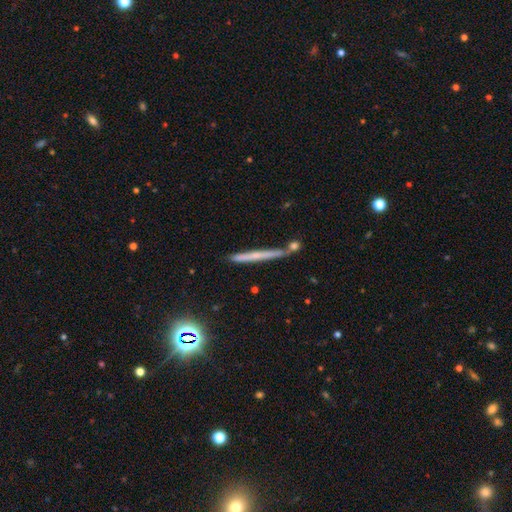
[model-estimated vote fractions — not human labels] This appears to be a featured or disk galaxy (45%). Merging: none (75%).